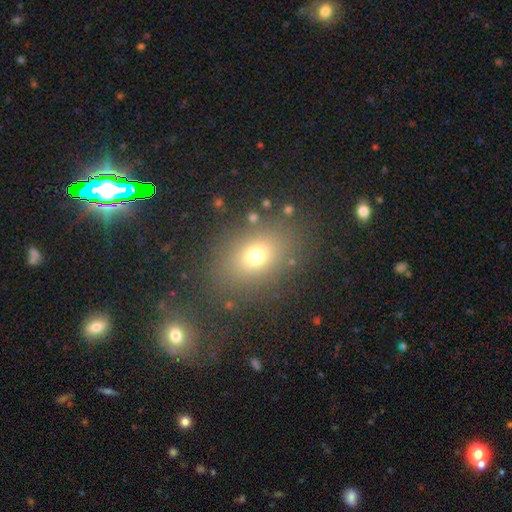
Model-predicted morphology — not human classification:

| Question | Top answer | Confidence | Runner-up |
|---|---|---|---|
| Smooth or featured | smooth | 70% | star or artifact (18%) |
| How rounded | in between | 61% | round (37%) |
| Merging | none | 80% | minor disturbance (10%) |